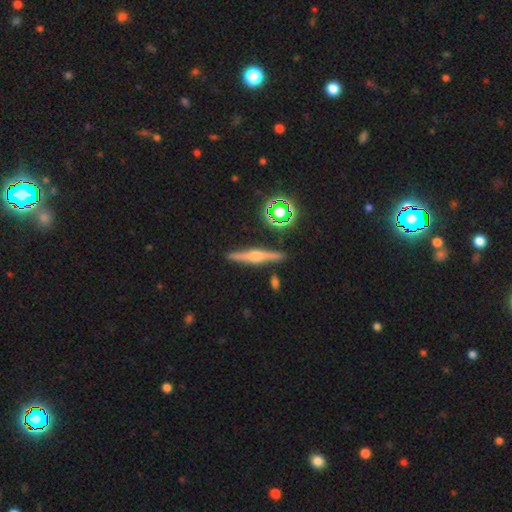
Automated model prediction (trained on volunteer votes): Overall: featured or disk (73%). Edge-on disk: yes (97%). Edge-on bulge: rounded (89%). Merging: none (89%).